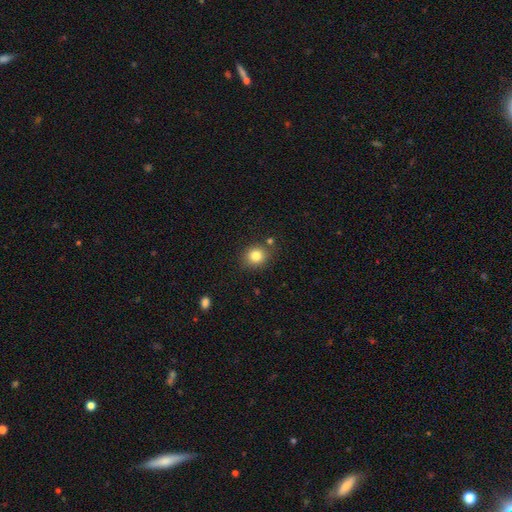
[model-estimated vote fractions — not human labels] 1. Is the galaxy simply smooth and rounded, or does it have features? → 82% smooth, 11% star or artifact, 7% featured or disk.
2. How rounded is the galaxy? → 76% round, 23% in between, 1% cigar-shaped.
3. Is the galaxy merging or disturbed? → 80% none, 11% minor disturbance, 6% merger, 3% major disturbance.